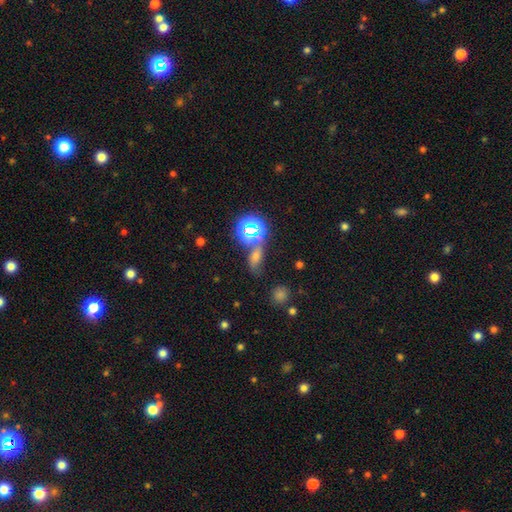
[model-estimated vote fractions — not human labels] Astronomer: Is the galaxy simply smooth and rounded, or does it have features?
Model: star or artifact — 49% (runner-up: smooth, 38%).